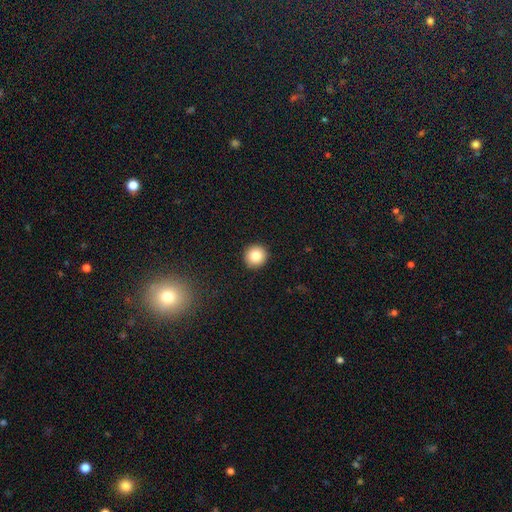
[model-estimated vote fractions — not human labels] Overall: smooth (83%). How rounded: round (95%). Merging: none (93%).